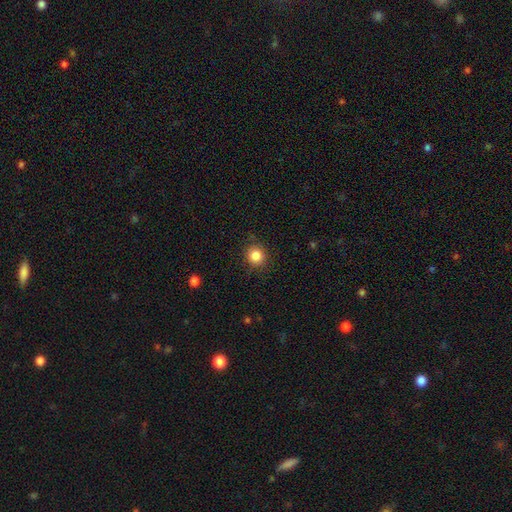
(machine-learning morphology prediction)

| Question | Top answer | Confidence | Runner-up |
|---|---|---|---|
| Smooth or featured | smooth | 84% | star or artifact (11%) |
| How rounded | round | 90% | in between (9%) |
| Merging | none | 88% | minor disturbance (9%) |